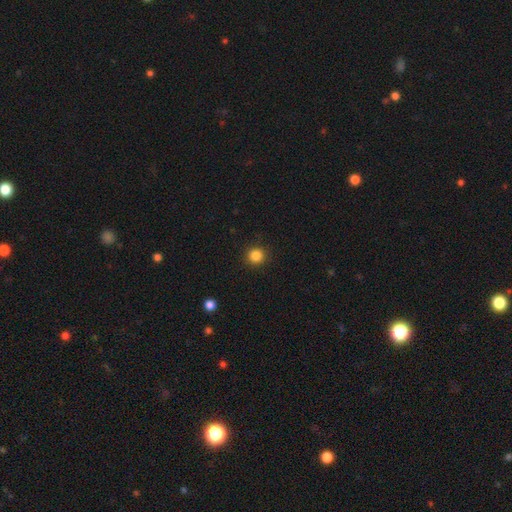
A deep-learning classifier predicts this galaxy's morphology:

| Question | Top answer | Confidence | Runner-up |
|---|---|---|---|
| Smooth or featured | smooth | 85% | star or artifact (12%) |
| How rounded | round | 93% | in between (6%) |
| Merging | none | 92% | minor disturbance (5%) |